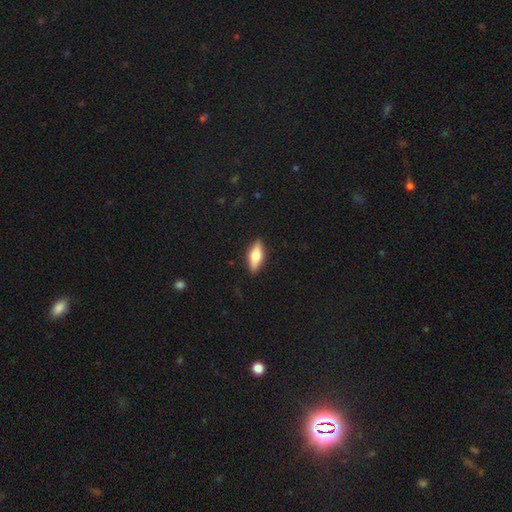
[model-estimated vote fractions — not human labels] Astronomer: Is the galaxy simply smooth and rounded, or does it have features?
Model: smooth — 63%.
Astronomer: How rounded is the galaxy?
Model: in between — 69%.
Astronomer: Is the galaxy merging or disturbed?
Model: none — 89%.